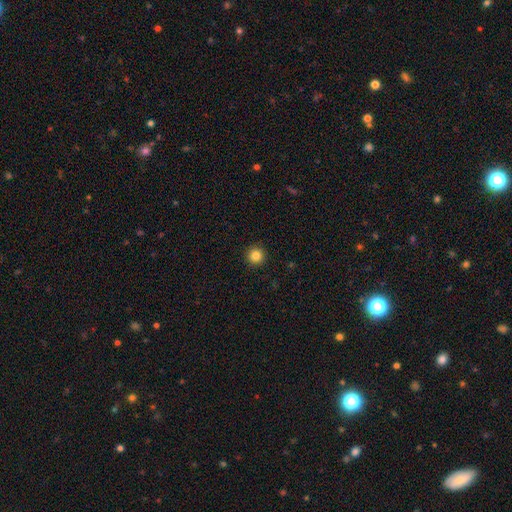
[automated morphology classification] smooth 84%, star or artifact 11%, featured or disk 4%. Down the decision tree: how rounded — round (96%); merging — none (93%).